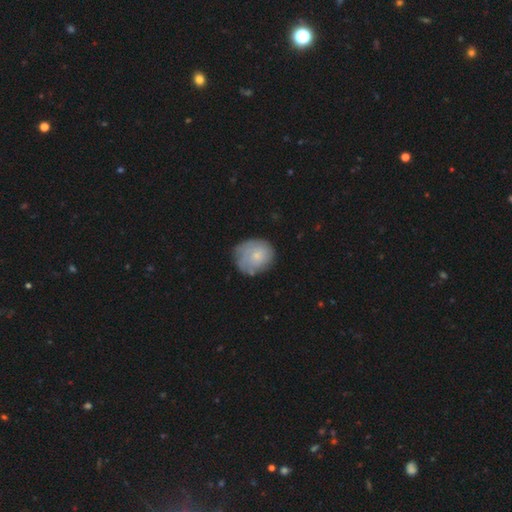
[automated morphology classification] The model was most divided on "merging": none: 61%, minor disturbance: 28%, major disturbance: 9%, merger: 2%. More confident: how rounded — round (72%); smooth or featured — smooth (64%).